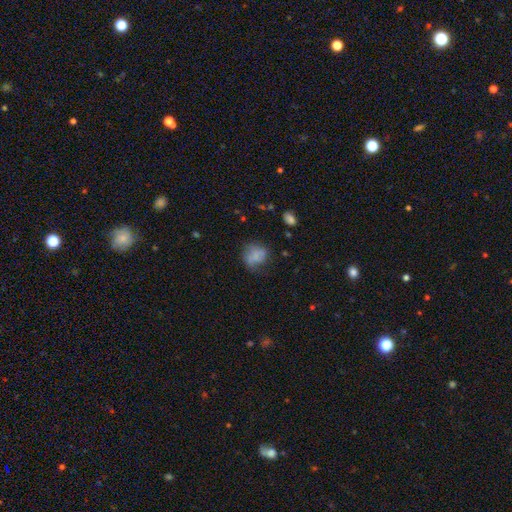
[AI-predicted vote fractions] Morphology: type=smooth (71%); roundness=round (61%); merging=none (53%).